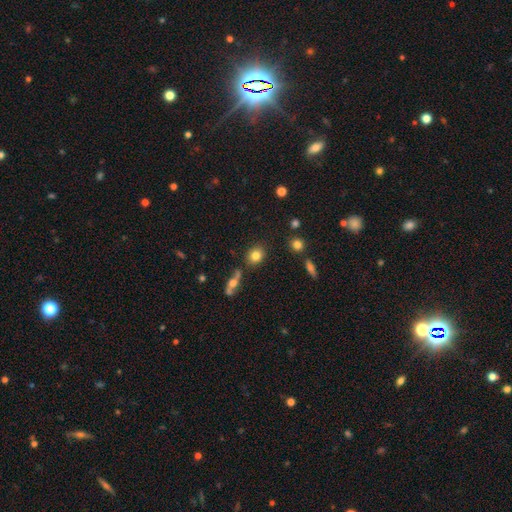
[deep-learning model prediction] smooth 80%, star or artifact 10%, featured or disk 9%. Down the decision tree: how rounded — round (61%); merging — none (80%).